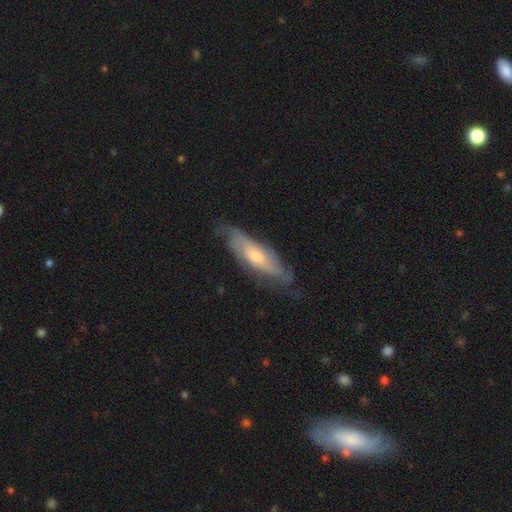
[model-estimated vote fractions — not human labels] smooth_or_featured: featured or disk (p=0.65) [alt: smooth p=0.29]
disk_edge_on: no (p=0.66) [alt: yes p=0.34]
merging: none (p=0.65) [alt: minor disturbance p=0.24]